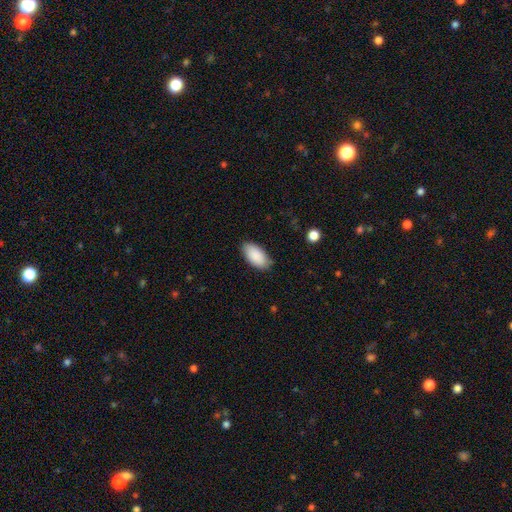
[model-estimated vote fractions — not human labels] This appears to be a smooth galaxy with no disk features (89%) that is in between round and cigar-shaped (95%). Merging: none (82%).